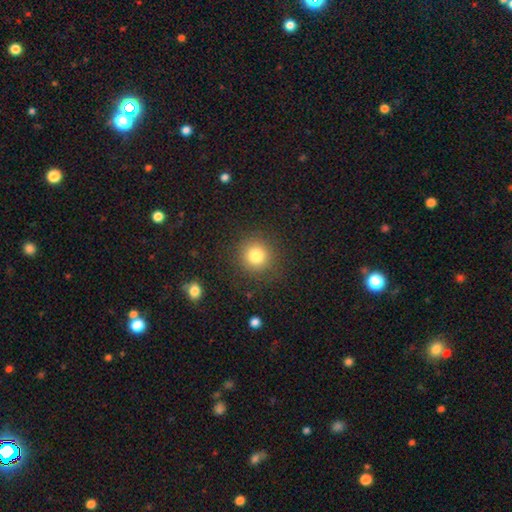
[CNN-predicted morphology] This appears to be a smooth galaxy with no disk features (81%) that is round (92%). Merging: none (88%).